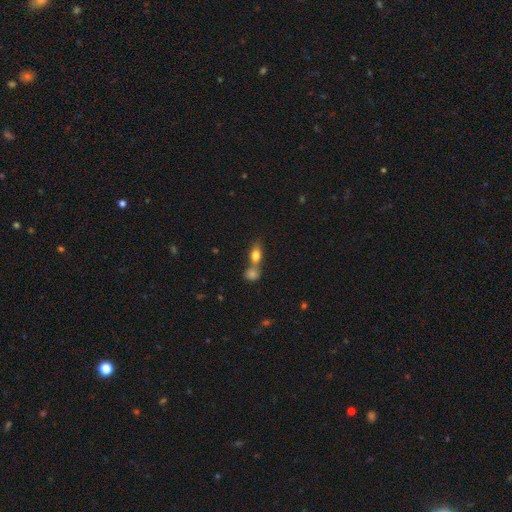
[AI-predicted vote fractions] smooth-or-featured: smooth: 78% | featured or disk: 12% | star or artifact: 9%
  how-rounded: in between: 70% | round: 21% | cigar-shaped: 9%
  merging: merger: 52% | none: 36% | minor disturbance: 9% | major disturbance: 4%